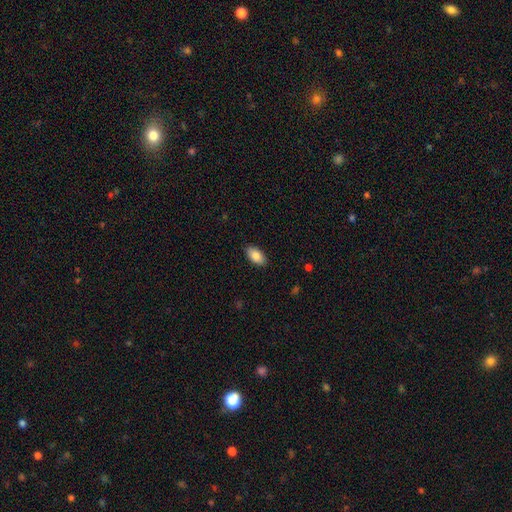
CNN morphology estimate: smooth_or_featured: smooth (p=0.85) [alt: featured or disk p=0.08]
how_rounded: in between (p=0.94) [alt: round p=0.03]
merging: none (p=0.89) [alt: minor disturbance p=0.09]